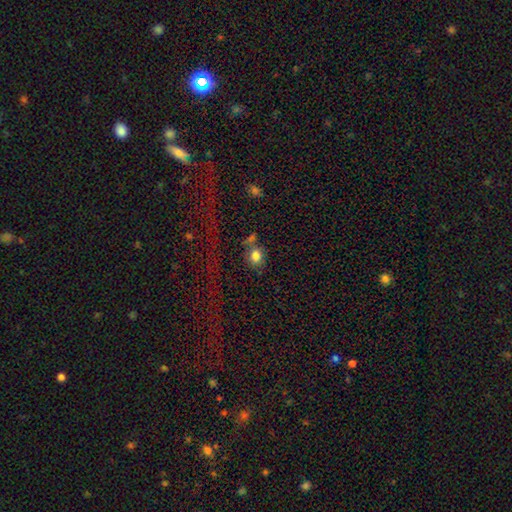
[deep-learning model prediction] smooth_or_featured: smooth (p=0.80) [alt: star or artifact p=0.12]
how_rounded: round (p=0.59) [alt: in between p=0.39]
merging: none (p=0.58) [alt: merger p=0.19]